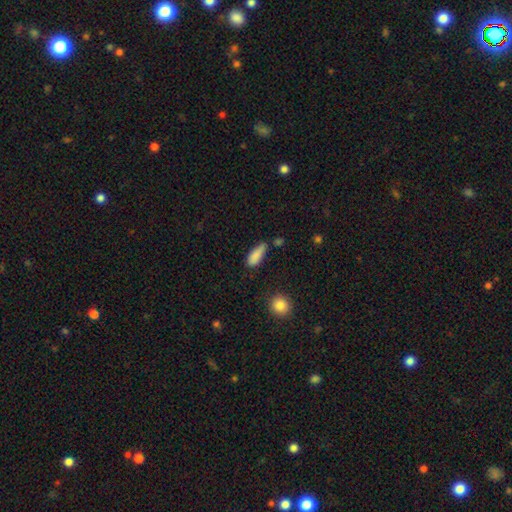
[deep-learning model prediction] Overall: smooth (85%). How rounded: in between (66%; cigar-shaped 32%). Merging: none (53%; minor disturbance 33%).